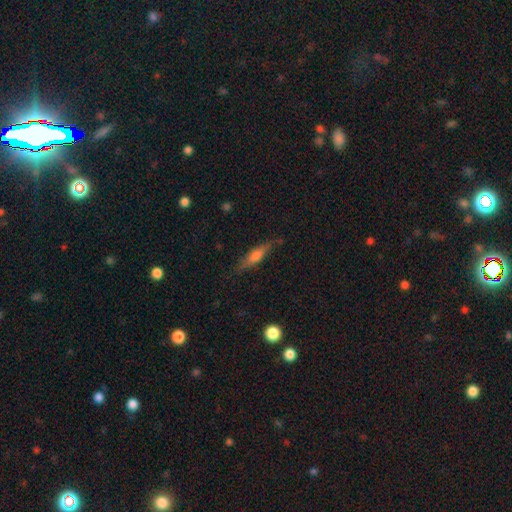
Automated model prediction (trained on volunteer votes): The model was most divided on "smooth or featured": featured or disk: 47%, smooth: 45%, star or artifact: 8%. More confident: merging — none (80%).